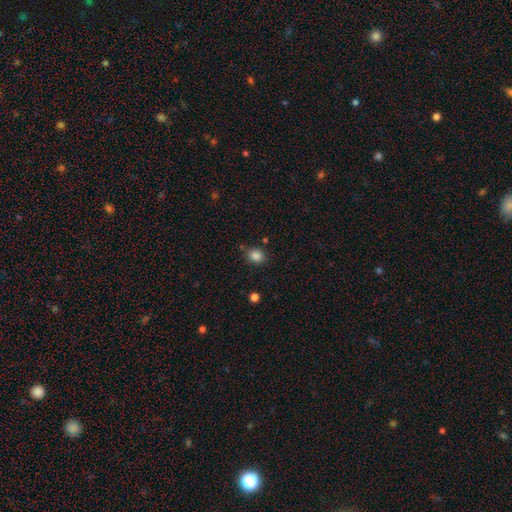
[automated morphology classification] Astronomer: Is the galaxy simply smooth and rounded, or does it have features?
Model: smooth — 85%.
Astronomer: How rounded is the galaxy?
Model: round — 61% (runner-up: in between, 38%).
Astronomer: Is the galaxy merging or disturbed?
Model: none — 80%.